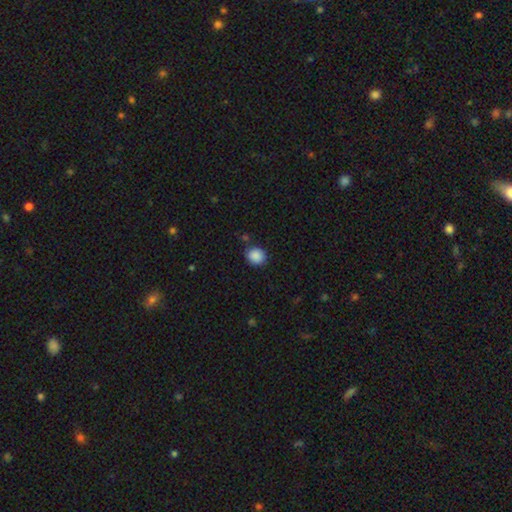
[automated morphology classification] Q: Smooth or featured?
A: smooth (89%); runner-up: star or artifact (8%)
Q: How rounded?
A: round (79%); runner-up: in between (21%)
Q: Merging?
A: none (83%); runner-up: minor disturbance (11%)